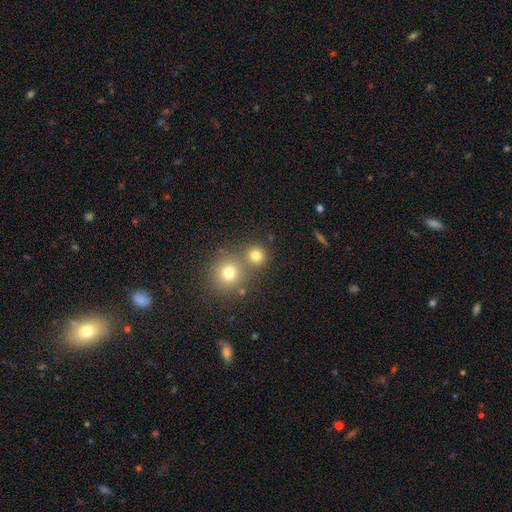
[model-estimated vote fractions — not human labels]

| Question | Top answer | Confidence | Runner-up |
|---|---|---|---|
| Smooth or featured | smooth | 77% | star or artifact (16%) |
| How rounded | round | 90% | in between (9%) |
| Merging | none | 69% | merger (21%) |